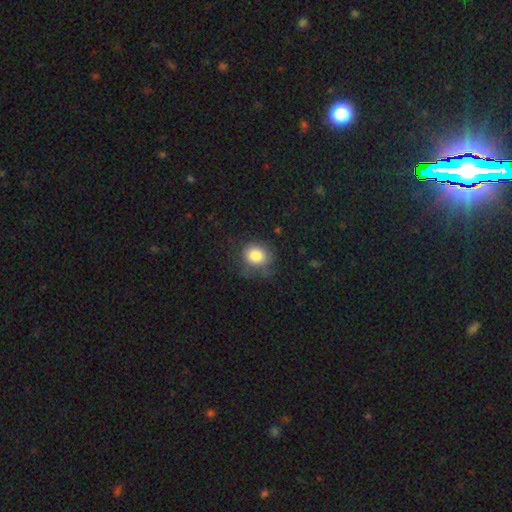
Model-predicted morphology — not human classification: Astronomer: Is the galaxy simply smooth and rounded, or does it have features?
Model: smooth — 83%.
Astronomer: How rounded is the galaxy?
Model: round — 70%.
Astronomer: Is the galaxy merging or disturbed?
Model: none — 64%.